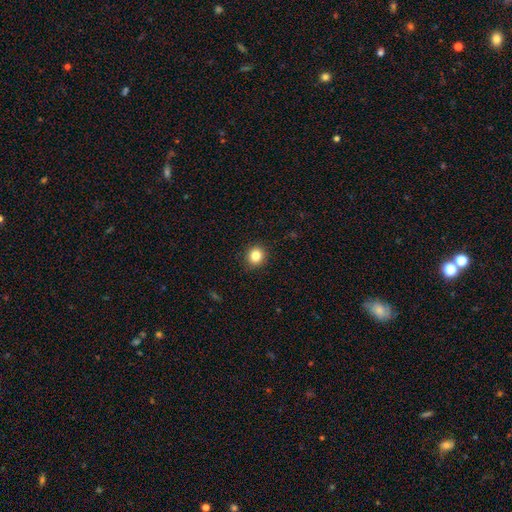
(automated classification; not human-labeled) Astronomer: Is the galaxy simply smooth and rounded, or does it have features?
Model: smooth — 85%.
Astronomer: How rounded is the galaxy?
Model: round — 87%.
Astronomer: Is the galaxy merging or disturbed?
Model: none — 90%.